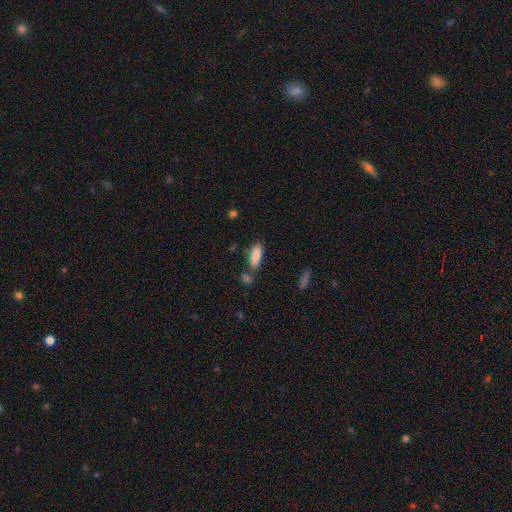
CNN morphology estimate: smooth-or-featured: smooth: 86% | featured or disk: 7% | star or artifact: 7%
  how-rounded: in between: 58% | cigar-shaped: 40% | round: 2%
  merging: none: 69% | merger: 14% | minor disturbance: 13% | major disturbance: 4%